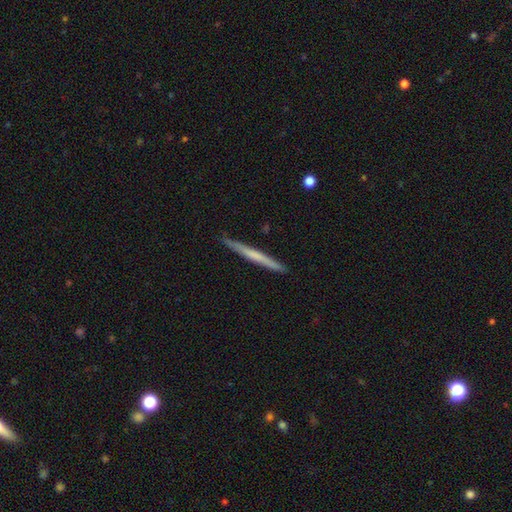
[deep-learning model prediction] smooth_or_featured: featured or disk (p=0.48) [alt: smooth p=0.47]
merging: none (p=0.91) [alt: minor disturbance p=0.06]